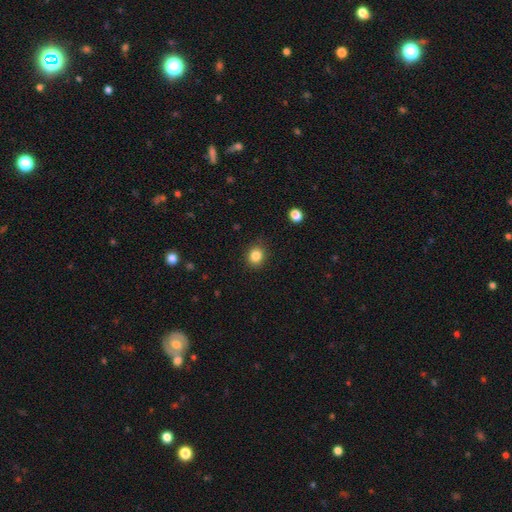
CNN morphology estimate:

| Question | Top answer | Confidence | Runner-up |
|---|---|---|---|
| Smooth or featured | smooth | 84% | star or artifact (11%) |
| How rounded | round | 75% | in between (24%) |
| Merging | none | 88% | minor disturbance (9%) |